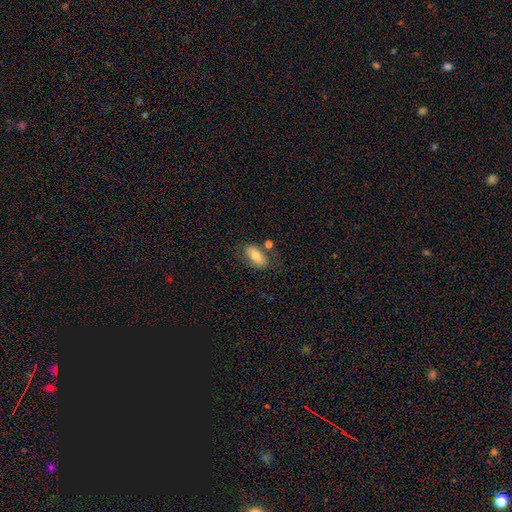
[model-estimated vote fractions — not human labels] This is likely a smooth galaxy (67%). How rounded: clearly in between (88%). Merging: likely none (66%).